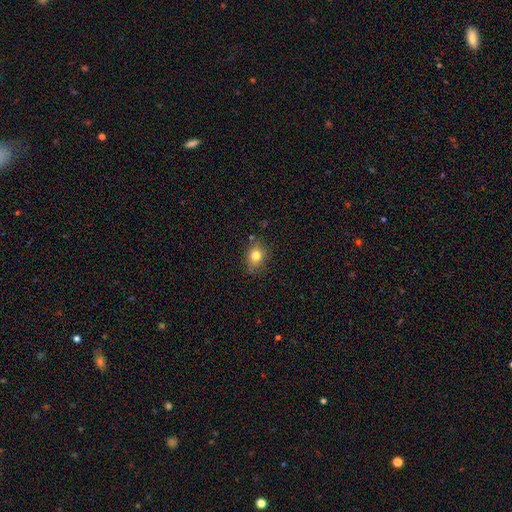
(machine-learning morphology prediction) The model was most divided on "how rounded": round: 56%, in between: 43%, cigar-shaped: 1%. More confident: smooth or featured — smooth (80%); merging — none (78%).